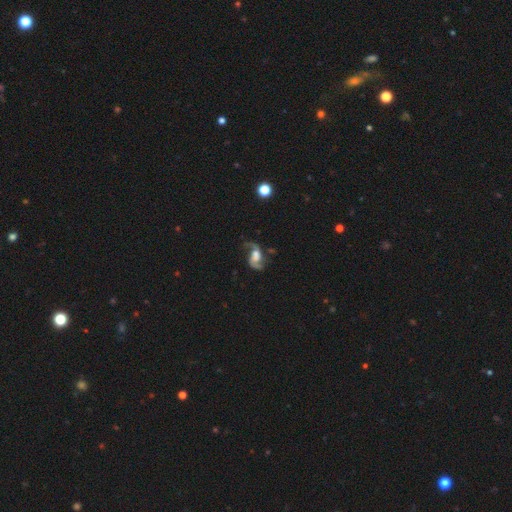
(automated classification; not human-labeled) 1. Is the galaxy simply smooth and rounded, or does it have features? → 86% featured or disk, 7% smooth, 6% star or artifact.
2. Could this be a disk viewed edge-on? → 97% no, 3% yes.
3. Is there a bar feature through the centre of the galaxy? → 45% no, 41% weak, 14% strong.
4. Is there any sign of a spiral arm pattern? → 96% yes, 4% no.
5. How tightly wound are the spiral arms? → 65% loose, 30% medium, 6% tight.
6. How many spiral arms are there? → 92% 2, 3% 1, 2% can't tell, 1% 3, 1% 4, 1% more than 4.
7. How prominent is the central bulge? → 39% moderate, 26% large, 19% small, 14% none, 3% dominant.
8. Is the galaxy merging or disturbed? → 64% none, 17% minor disturbance, 15% major disturbance, 4% merger.